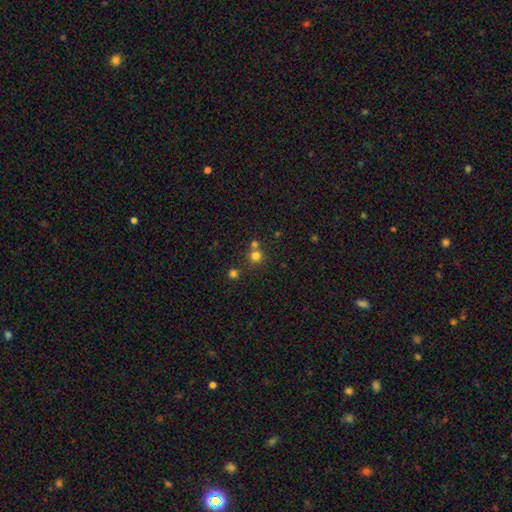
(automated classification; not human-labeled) Smooth or featured? smooth (76%)
How rounded? round (92%)
Merging? none (64%)